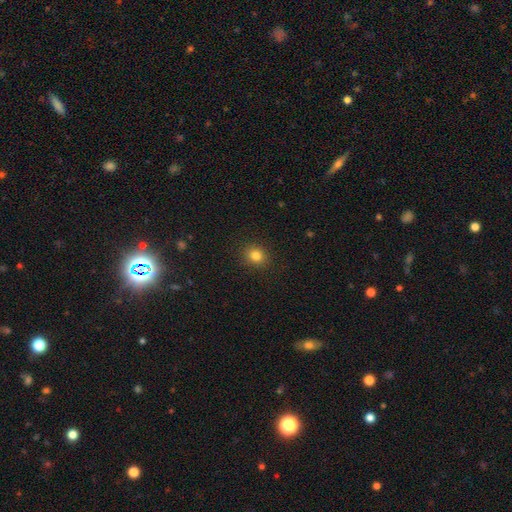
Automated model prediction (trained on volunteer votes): This appears to be a smooth galaxy with no disk features (82%) that is round (77%). Merging: none (90%).